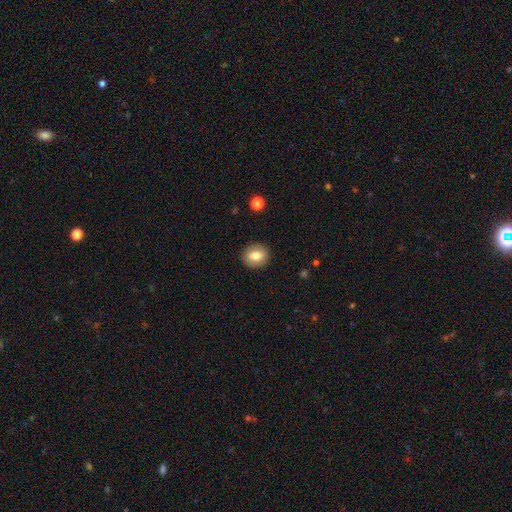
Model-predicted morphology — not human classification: Smooth or featured? smooth (79%)
How rounded? round (63%)
Merging? none (89%)